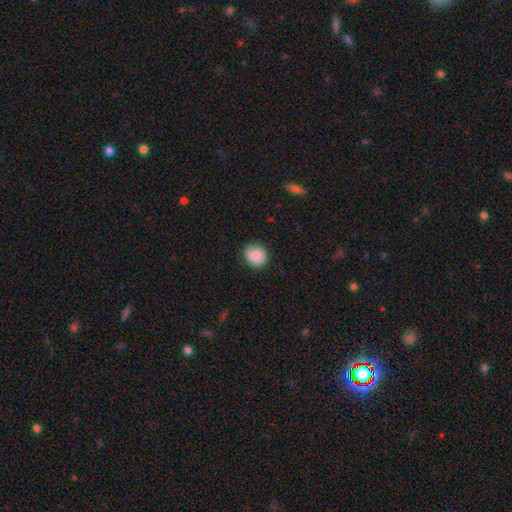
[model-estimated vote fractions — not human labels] Morphology: type=smooth (89%); roundness=round (77%); merging=none (87%).